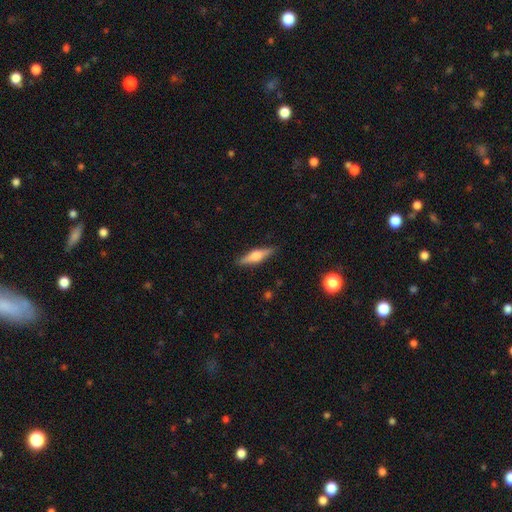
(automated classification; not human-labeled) smooth_or_featured: featured or disk (p=0.56) [alt: smooth p=0.38]
disk_edge_on: yes (p=0.96) [alt: no p=0.04]
edge_on_bulge: rounded (p=0.89) [alt: boxy p=0.08]
merging: none (p=0.89) [alt: minor disturbance p=0.08]